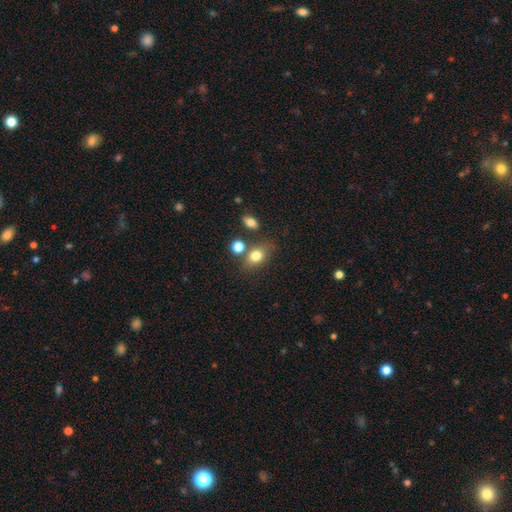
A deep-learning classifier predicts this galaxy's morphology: Smooth or featured?
  - smooth: 79% *
  - star or artifact: 11%
  - featured or disk: 10%
How rounded?
  - in between: 63% *
  - round: 35%
  - cigar-shaped: 2%
Merging?
  - none: 65% *
  - minor disturbance: 15%
  - merger: 15%
  - major disturbance: 5%